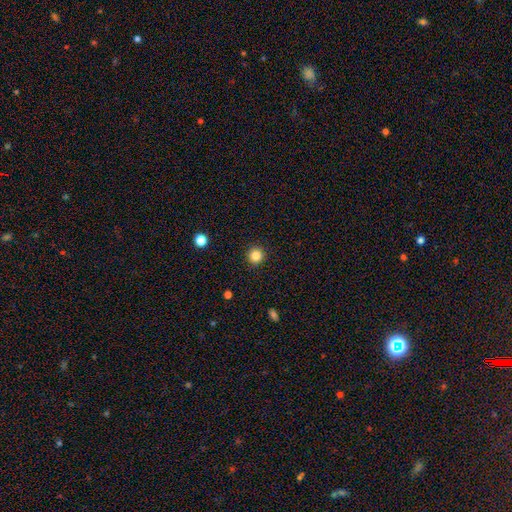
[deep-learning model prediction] Smooth or featured?
  - smooth: 84% *
  - star or artifact: 12%
  - featured or disk: 4%
How rounded?
  - round: 95% *
  - in between: 4%
  - cigar-shaped: 1%
Merging?
  - none: 93% *
  - minor disturbance: 5%
  - major disturbance: 2%
  - merger: 1%